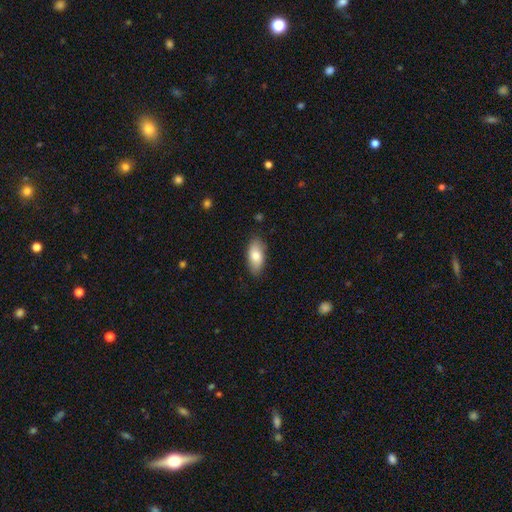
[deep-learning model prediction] Smooth or featured: smooth — 78% (featured or disk — 15%)
How rounded: in between — 89% (cigar-shaped — 8%)
Merging: none — 84% (minor disturbance — 13%)